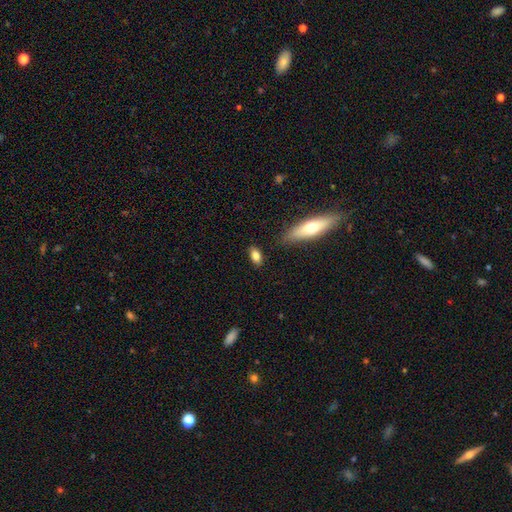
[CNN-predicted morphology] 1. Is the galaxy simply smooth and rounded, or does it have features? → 81% smooth, 11% featured or disk, 8% star or artifact.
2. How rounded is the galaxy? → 84% in between, 10% cigar-shaped, 6% round.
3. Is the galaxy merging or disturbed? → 82% none, 12% minor disturbance, 3% major disturbance, 3% merger.